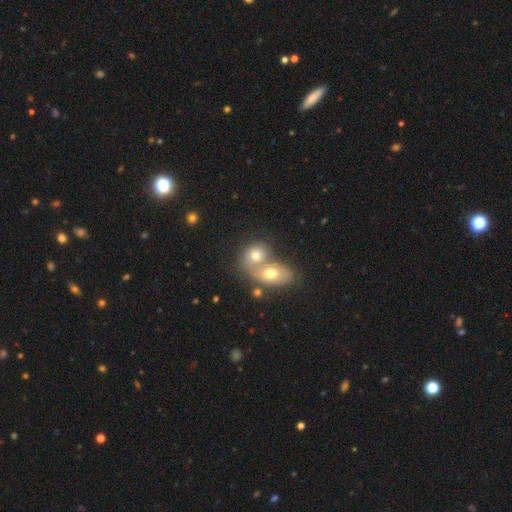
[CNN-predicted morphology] smooth-or-featured: smooth: 67% | featured or disk: 23% | star or artifact: 10%
  how-rounded: in between: 51% | round: 47% | cigar-shaped: 1%
  merging: merger: 69% | none: 21% | minor disturbance: 6% | major disturbance: 4%